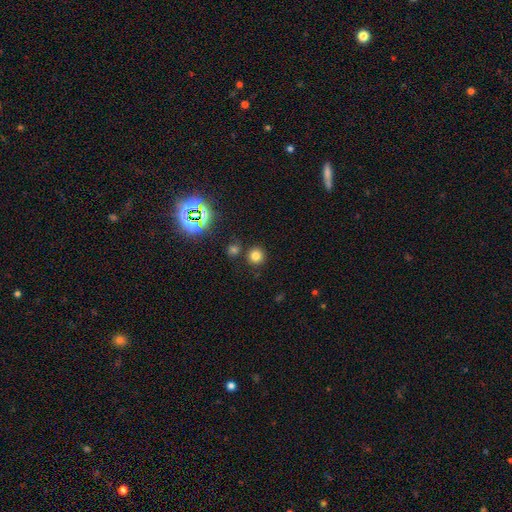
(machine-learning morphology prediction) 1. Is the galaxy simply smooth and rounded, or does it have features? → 75% smooth, 19% star or artifact, 6% featured or disk.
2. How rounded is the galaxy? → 93% round, 6% in between, 1% cigar-shaped.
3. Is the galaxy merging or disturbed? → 83% none, 8% merger, 7% minor disturbance, 3% major disturbance.